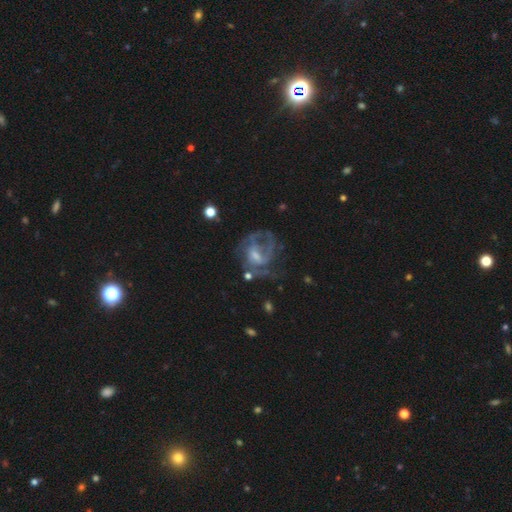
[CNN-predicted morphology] smooth_or_featured: featured or disk (p=0.77) [alt: smooth p=0.13]
disk_edge_on: no (p=0.97) [alt: yes p=0.03]
bar: weak (p=0.46) [alt: no p=0.42]
has_spiral_arms: yes (p=0.82) [alt: no p=0.18]
spiral_winding: medium (p=0.45) [alt: tight p=0.34]
spiral_arm_count: 2 (p=0.37) [alt: can't tell p=0.30]
bulge_size: small (p=0.43) [alt: moderate p=0.37]
merging: none (p=0.49) [alt: major disturbance p=0.28]